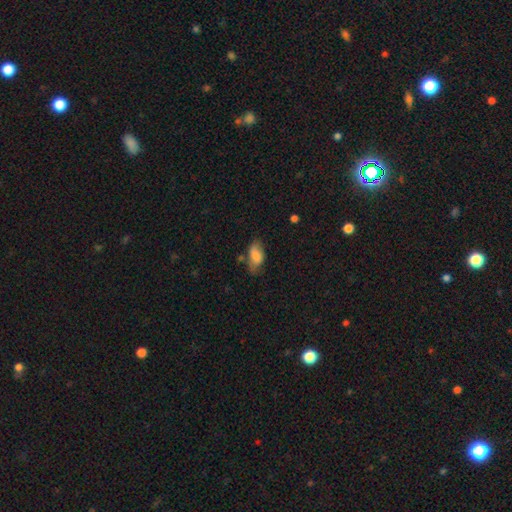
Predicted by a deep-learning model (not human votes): This is likely a smooth galaxy (75%). How rounded: clearly in between (91%). Merging: possibly none (53%).